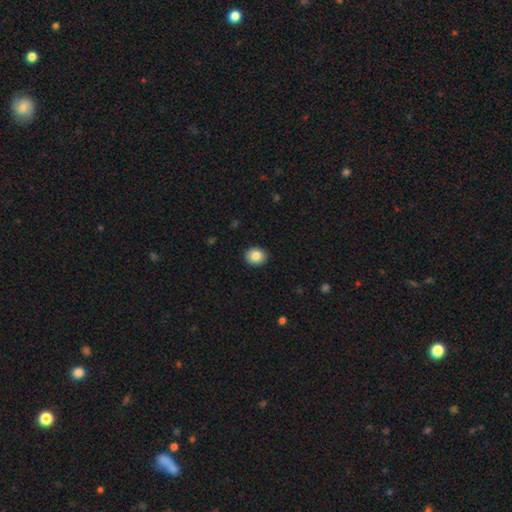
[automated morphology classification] Smooth or featured? smooth (85%)
How rounded? round (69%)
Merging? none (91%)